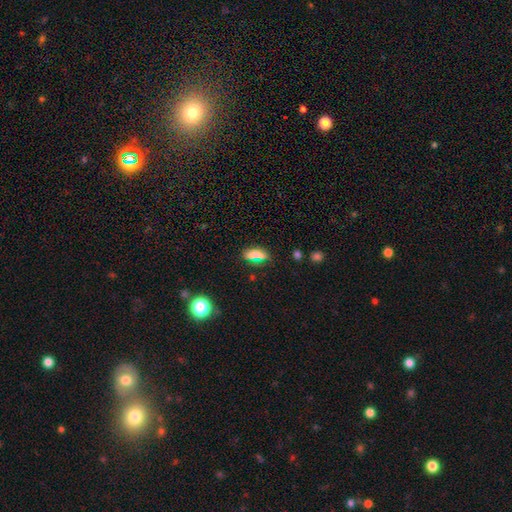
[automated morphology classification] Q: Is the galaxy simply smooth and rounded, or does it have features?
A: smooth — 69%.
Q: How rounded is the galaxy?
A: in between — 71%.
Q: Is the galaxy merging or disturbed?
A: none — 79%.